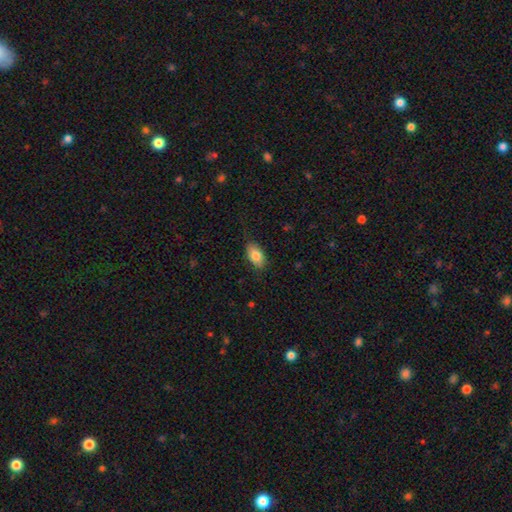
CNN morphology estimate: This is clearly a smooth galaxy (83%). How rounded: clearly in between (91%). Merging: likely none (80%).